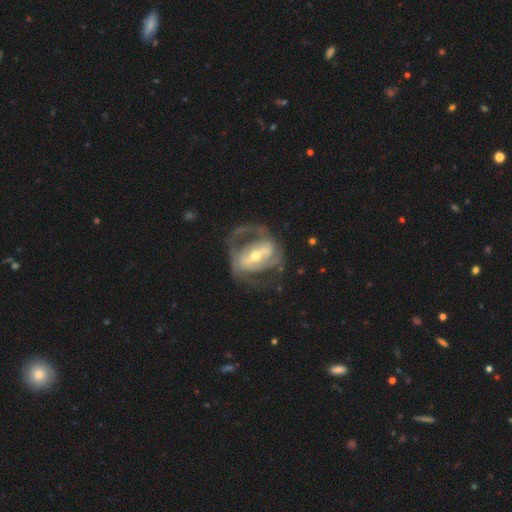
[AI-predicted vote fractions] Smooth or featured?
  - featured or disk: 83% *
  - smooth: 12%
  - star or artifact: 5%
Edge-on disk?
  - no: 96% *
  - yes: 4%
Bar?
  - strong: 54% *
  - weak: 30%
  - no: 16%
Spiral arms?
  - yes: 80% *
  - no: 20%
Spiral winding?
  - medium: 48% *
  - tight: 27%
  - loose: 25%
Spiral arm count?
  - 2: 68% *
  - can't tell: 15%
  - 1: 7%
  - 3: 6%
  - 4: 2%
  - more than 4: 2%
Bulge size?
  - moderate: 52% *
  - small: 41%
  - large: 5%
  - none: 1%
  - dominant: 1%
Merging?
  - none: 50% *
  - major disturbance: 30%
  - minor disturbance: 17%
  - merger: 3%